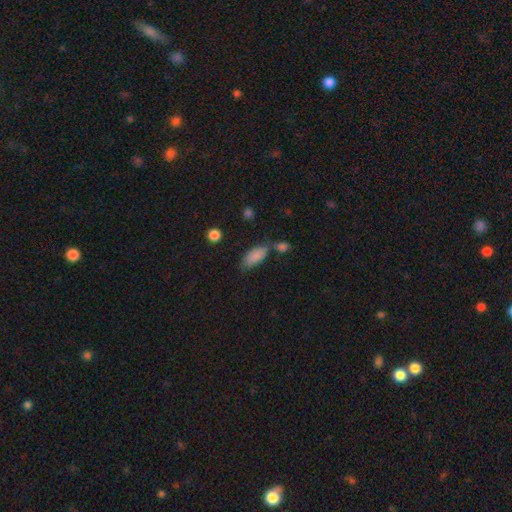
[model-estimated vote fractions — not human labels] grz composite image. It shows a smooth galaxy with no disk features (86%) that is in between round and cigar-shaped (86%). Merging: none (55%).